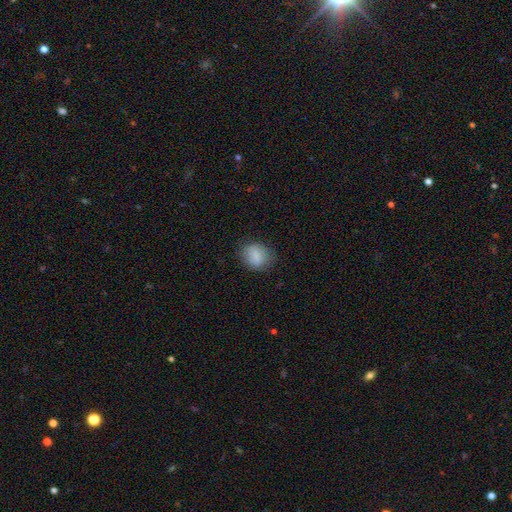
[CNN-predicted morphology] Smooth or featured? smooth (85%)
How rounded? round (56%)
Merging? none (76%)